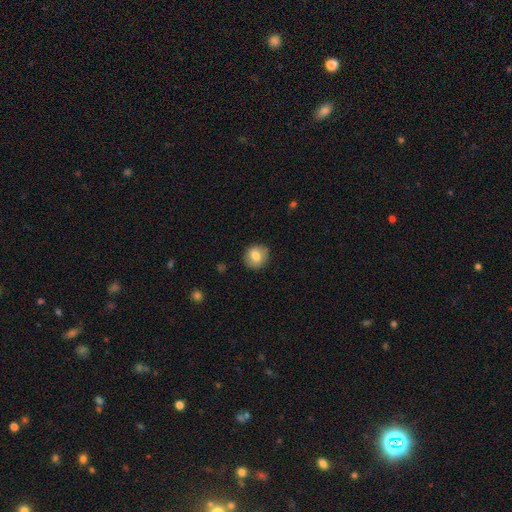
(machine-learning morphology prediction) type=smooth (78%); roundness=round (82%); merging=none (85%).